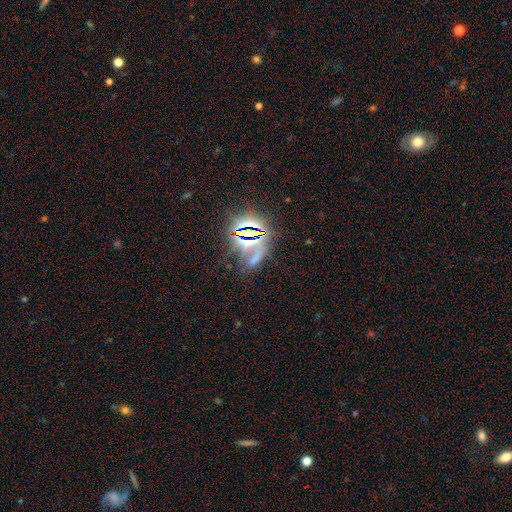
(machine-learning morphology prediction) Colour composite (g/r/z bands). It shows a star or artifact, not a galaxy (66%).